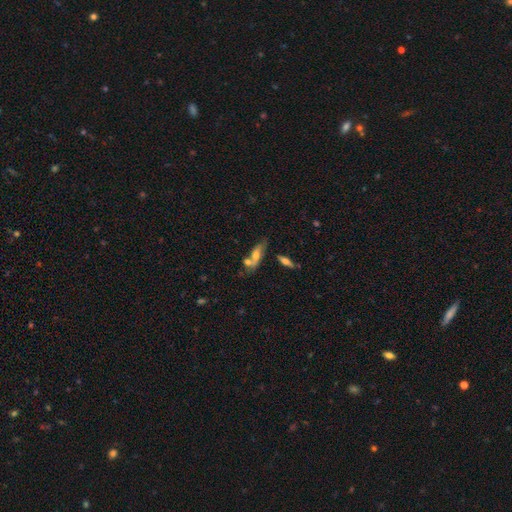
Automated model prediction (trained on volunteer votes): Smooth or featured?
  - smooth: 54% *
  - featured or disk: 36%
  - star or artifact: 10%
How rounded?
  - in between: 61% *
  - cigar-shaped: 34%
  - round: 5%
Merging?
  - none: 40% *
  - merger: 39%
  - minor disturbance: 14%
  - major disturbance: 7%